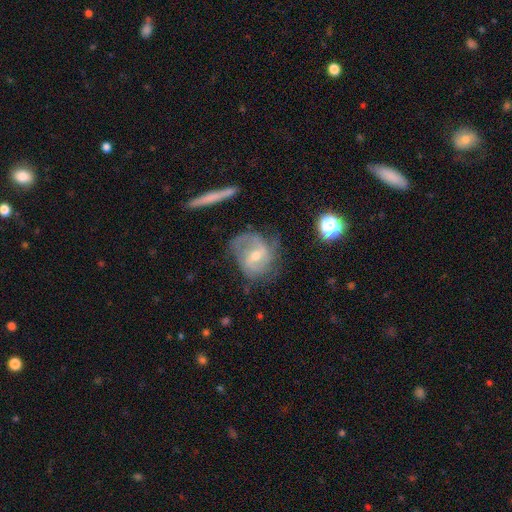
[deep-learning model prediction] The model was most divided on "spiral winding": medium: 45%, tight: 32%, loose: 24%. More confident: edge-on disk — no (96%); spiral arms — yes (88%); smooth or featured — featured or disk (74%); bulge size — moderate (56%); merging — none (56%); spiral arm count — 2 (54%); bar — weak (50%).